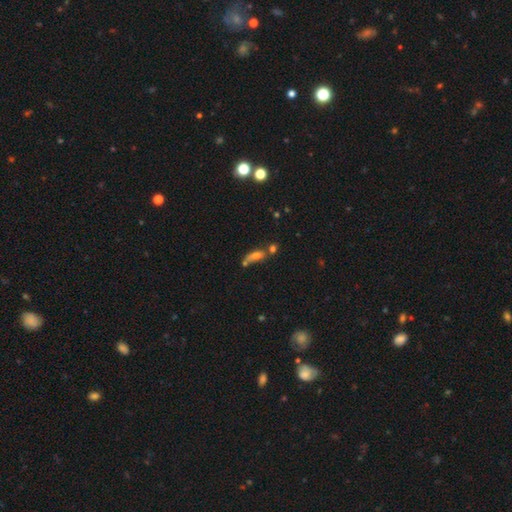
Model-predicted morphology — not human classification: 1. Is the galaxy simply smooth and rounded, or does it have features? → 58% smooth, 26% featured or disk, 17% star or artifact.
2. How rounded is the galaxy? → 57% in between, 34% cigar-shaped, 9% round.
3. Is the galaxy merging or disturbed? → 39% none, 34% merger, 17% minor disturbance, 11% major disturbance.